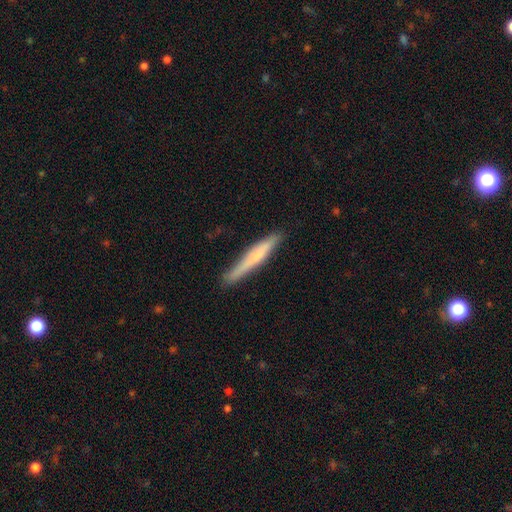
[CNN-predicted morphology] smooth_or_featured: smooth (p=0.58) [alt: featured or disk p=0.36]
how_rounded: cigar-shaped (p=0.95) [alt: in between p=0.04]
merging: none (p=0.84) [alt: minor disturbance p=0.13]